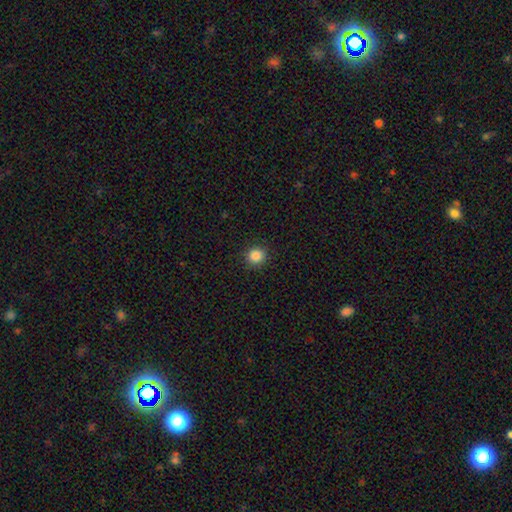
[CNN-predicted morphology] Smooth or featured?
  - smooth: 85% *
  - star or artifact: 11%
  - featured or disk: 4%
How rounded?
  - round: 91% *
  - in between: 8%
  - cigar-shaped: 1%
Merging?
  - none: 91% *
  - minor disturbance: 6%
  - major disturbance: 2%
  - merger: 1%